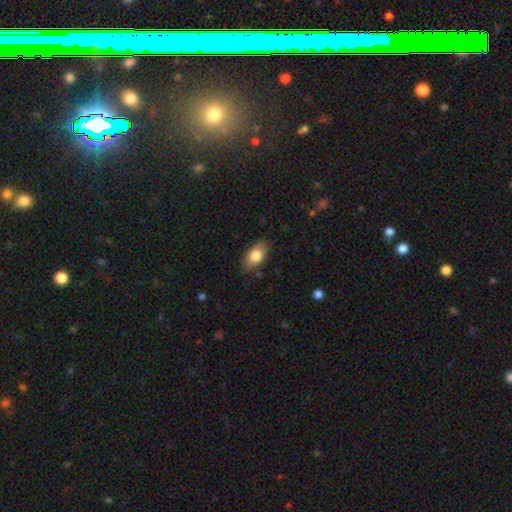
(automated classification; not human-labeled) Smooth or featured? Predicted: smooth (p=0.81). How rounded? Predicted: in between (p=0.89). Merging? Predicted: none (p=0.80).